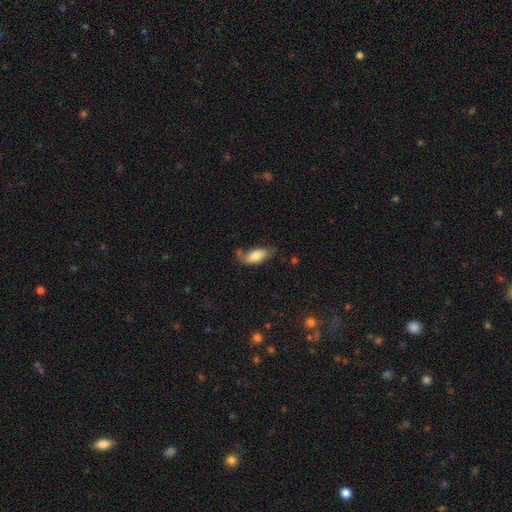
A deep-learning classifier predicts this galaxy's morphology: Smooth or featured?
  - smooth: 77% *
  - featured or disk: 16%
  - star or artifact: 7%
How rounded?
  - in between: 89% *
  - cigar-shaped: 8%
  - round: 3%
Merging?
  - none: 57% *
  - minor disturbance: 27%
  - merger: 8%
  - major disturbance: 8%